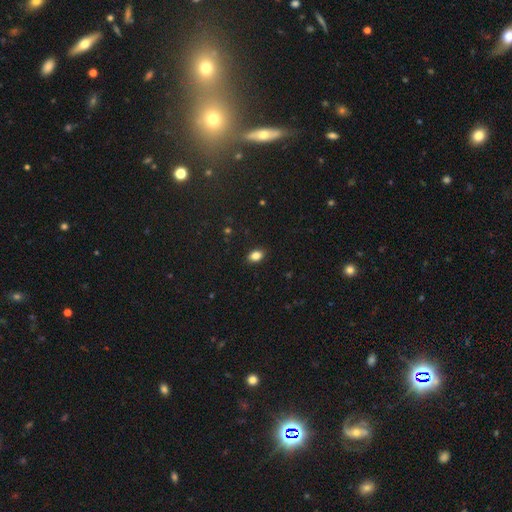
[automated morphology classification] Smooth or featured?
  - smooth: 85% *
  - star or artifact: 10%
  - featured or disk: 5%
How rounded?
  - in between: 83% *
  - round: 16%
  - cigar-shaped: 1%
Merging?
  - none: 89% *
  - minor disturbance: 9%
  - major disturbance: 2%
  - merger: 1%